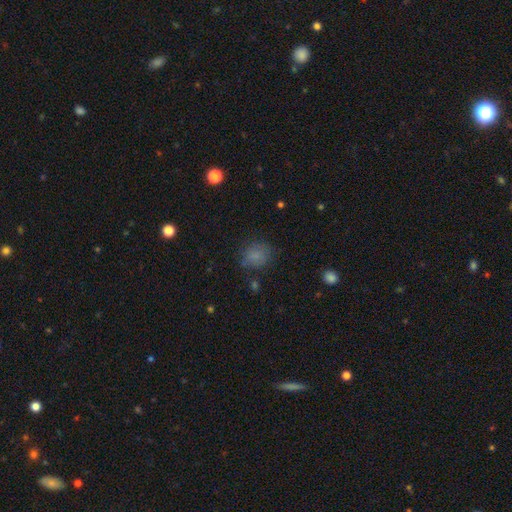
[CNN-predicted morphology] Smooth or featured?
  - smooth: 80% *
  - star or artifact: 14%
  - featured or disk: 7%
How rounded?
  - round: 64% *
  - in between: 34%
  - cigar-shaped: 1%
Merging?
  - none: 75% *
  - minor disturbance: 17%
  - major disturbance: 6%
  - merger: 2%